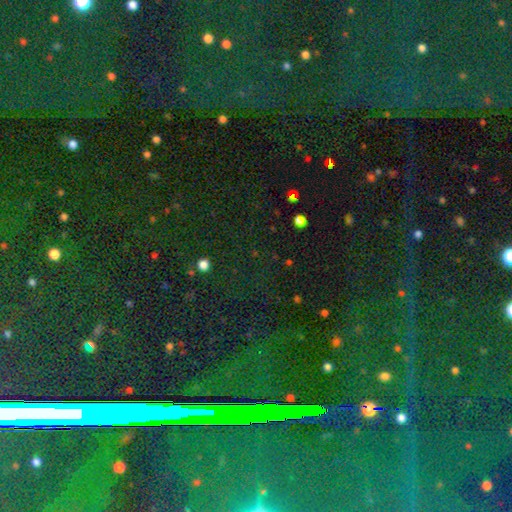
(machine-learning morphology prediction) Q: Smooth or featured?
A: star or artifact (86%); runner-up: smooth (7%)